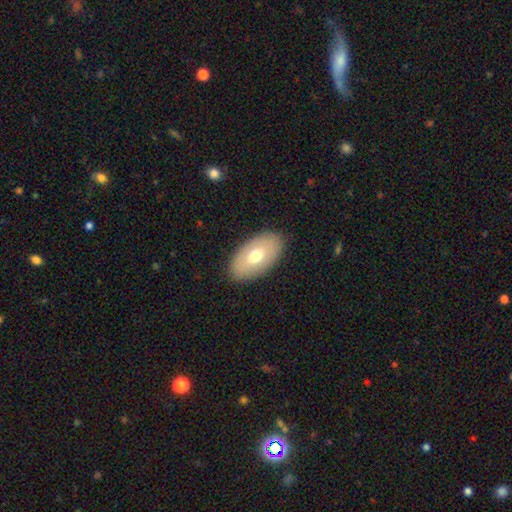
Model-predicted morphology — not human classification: type=smooth (63%); roundness=in between (94%); merging=none (87%).